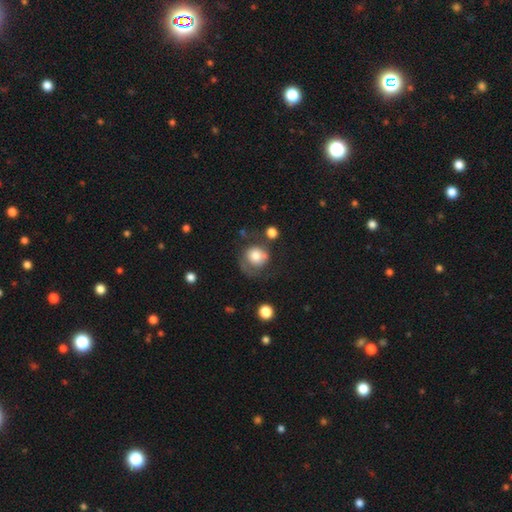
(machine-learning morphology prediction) Smooth or featured? smooth (65%)
How rounded? round (80%)
Merging? none (40%)